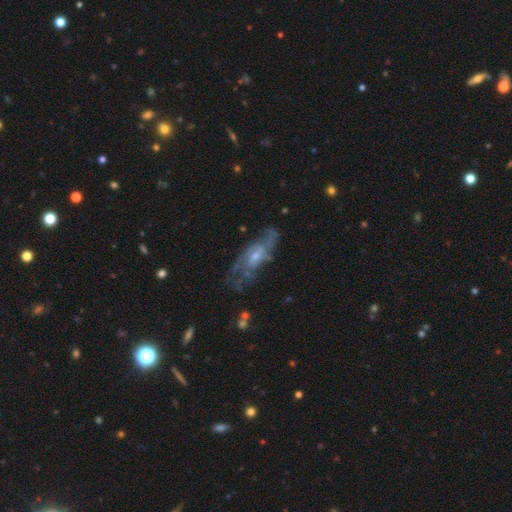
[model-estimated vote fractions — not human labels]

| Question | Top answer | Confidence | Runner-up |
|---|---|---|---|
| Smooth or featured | featured or disk | 76% | smooth (15%) |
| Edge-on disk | no | 87% | yes (13%) |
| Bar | no | 56% | weak (37%) |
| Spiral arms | yes | 81% | no (19%) |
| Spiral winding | medium | 44% | tight (30%) |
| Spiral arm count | can't tell | 41% | 2 (31%) |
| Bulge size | small | 54% | moderate (36%) |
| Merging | none | 61% | minor disturbance (20%) |